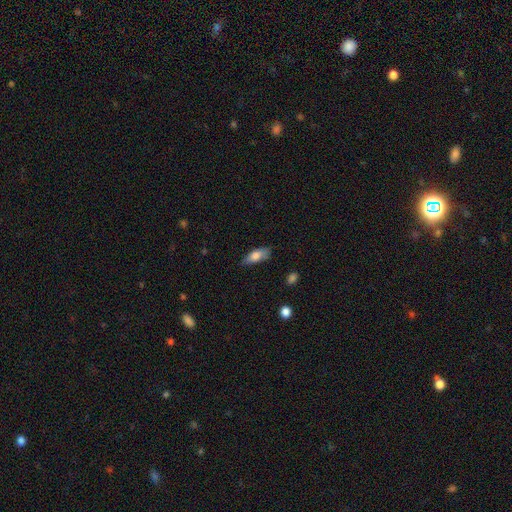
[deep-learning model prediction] Smooth or featured? Predicted: smooth (p=0.77). How rounded? Predicted: in between (p=0.72). Merging? Predicted: none (p=0.69).